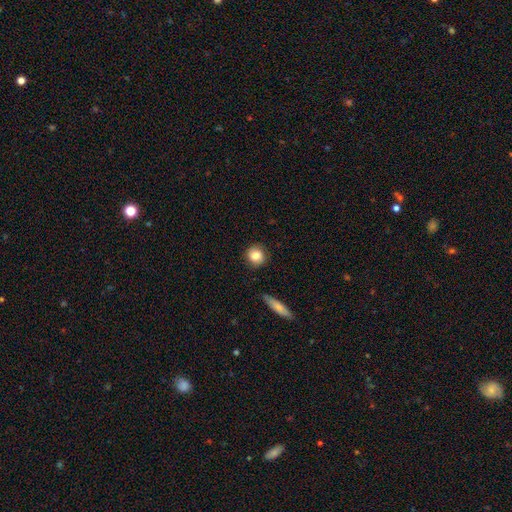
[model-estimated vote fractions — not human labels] smooth-or-featured: smooth: 83% | featured or disk: 9% | star or artifact: 8%
  how-rounded: round: 87% | in between: 12% | cigar-shaped: 2%
  merging: none: 85% | minor disturbance: 11% | major disturbance: 2% | merger: 2%